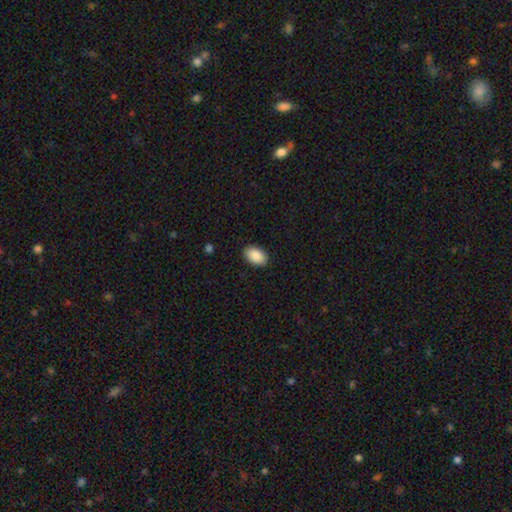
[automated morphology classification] smooth 90%, star or artifact 6%, featured or disk 4%. Down the decision tree: how rounded — in between (92%); merging — none (90%).